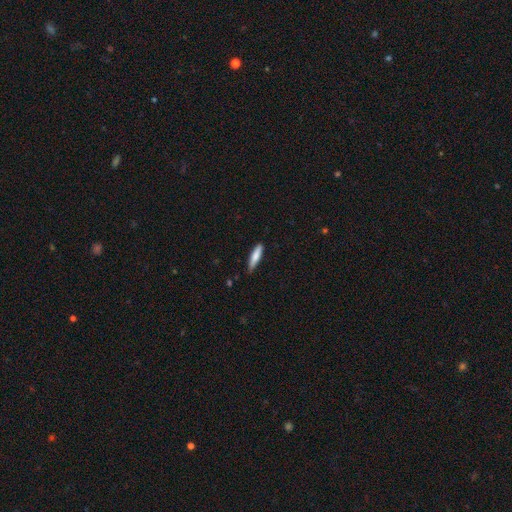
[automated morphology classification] Smooth or featured? smooth (77%)
How rounded? cigar-shaped (80%)
Merging? none (77%)